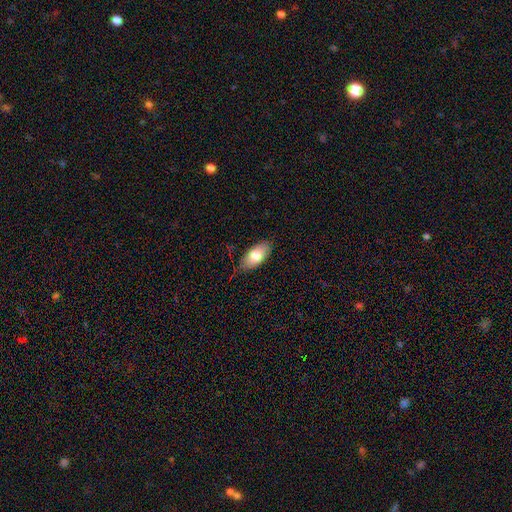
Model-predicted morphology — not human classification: smooth_or_featured: smooth (p=0.77) [alt: featured or disk p=0.16]
how_rounded: in between (p=0.91) [alt: cigar-shaped p=0.06]
merging: none (p=0.78) [alt: minor disturbance p=0.17]